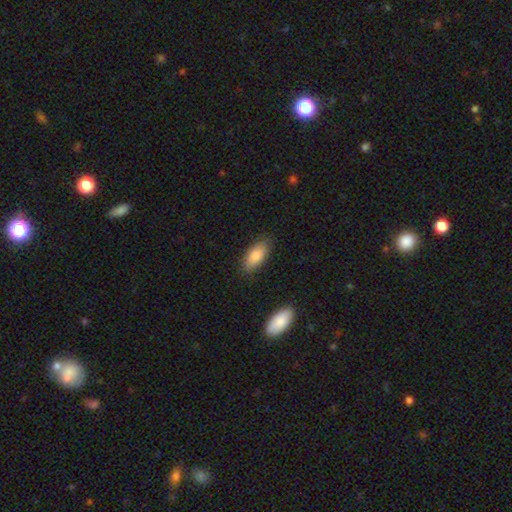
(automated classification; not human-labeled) The model was most divided on "merging": none: 83%, minor disturbance: 13%, major disturbance: 3%, merger: 2%. More confident: smooth or featured — smooth (85%); how rounded — in between (84%).